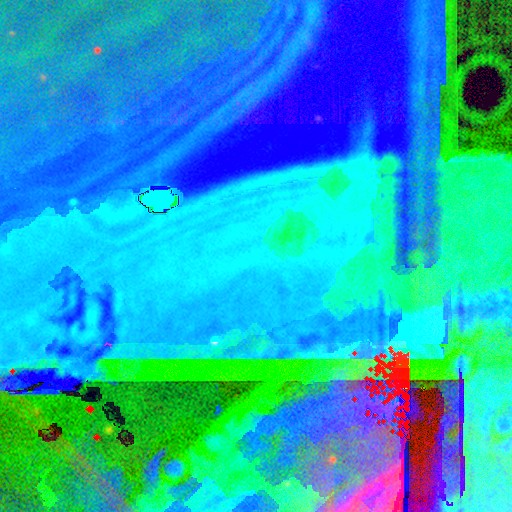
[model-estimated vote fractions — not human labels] A star or artifact, not a galaxy (88%).